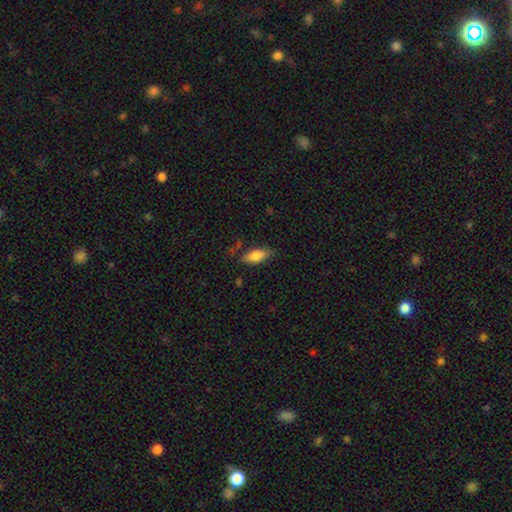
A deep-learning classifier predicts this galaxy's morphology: This is clearly a smooth galaxy (80%). How rounded: clearly in between (81%). Merging: likely none (77%).